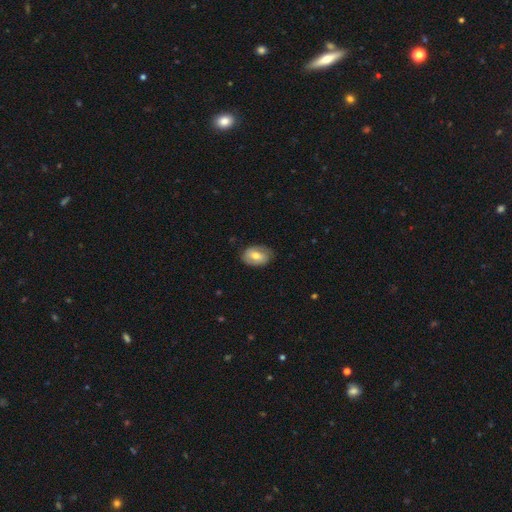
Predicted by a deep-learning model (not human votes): Smooth or featured? Predicted: smooth (p=0.54). How rounded? Predicted: in between (p=0.82). Merging? Predicted: none (p=0.73).